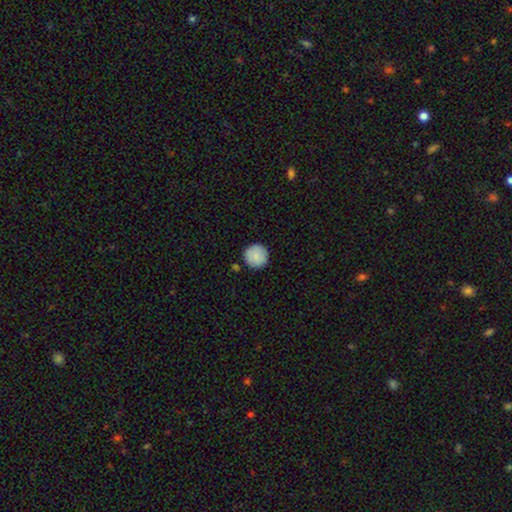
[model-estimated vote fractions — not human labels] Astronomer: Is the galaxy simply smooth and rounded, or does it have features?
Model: smooth — 86%.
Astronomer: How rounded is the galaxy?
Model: round — 96%.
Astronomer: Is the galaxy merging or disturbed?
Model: none — 88%.